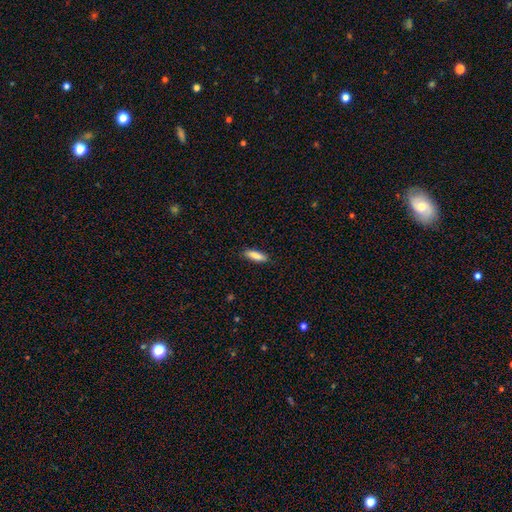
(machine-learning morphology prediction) This appears to be a smooth galaxy with no disk features (86%) that is cigar-shaped (50%). Merging: none (85%).